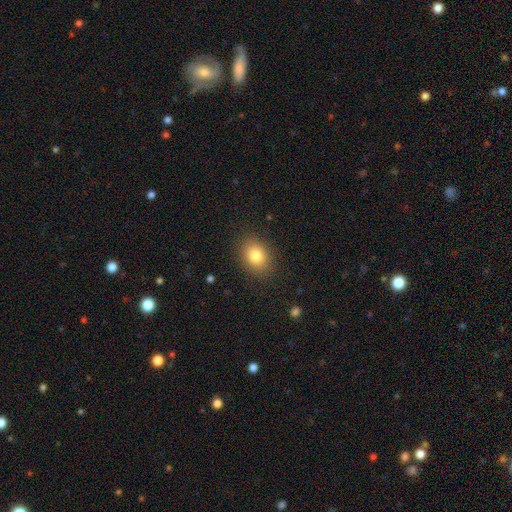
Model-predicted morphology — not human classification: smooth_or_featured: smooth (p=0.81) [alt: star or artifact p=0.10]
how_rounded: in between (p=0.58) [alt: round p=0.41]
merging: none (p=0.87) [alt: minor disturbance p=0.09]